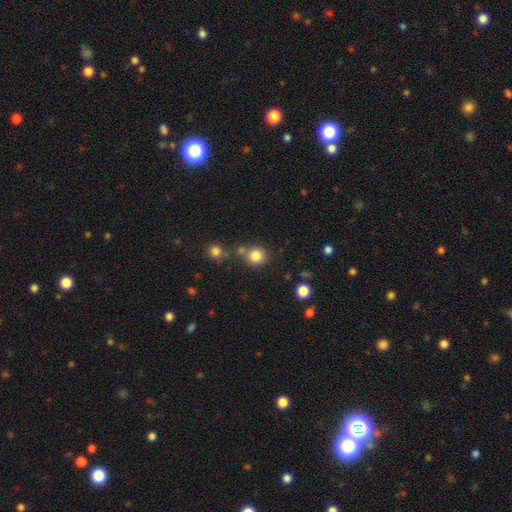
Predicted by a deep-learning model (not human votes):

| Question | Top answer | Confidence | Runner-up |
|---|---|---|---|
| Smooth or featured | smooth | 83% | star or artifact (12%) |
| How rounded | round | 90% | in between (9%) |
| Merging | none | 70% | merger (17%) |